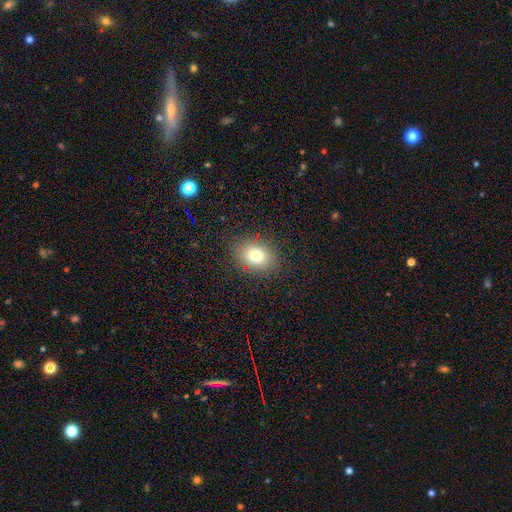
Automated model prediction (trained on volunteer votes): smooth_or_featured: smooth (p=0.76) [alt: star or artifact p=0.13]
how_rounded: in between (p=0.54) [alt: round p=0.45]
merging: none (p=0.86) [alt: minor disturbance p=0.09]